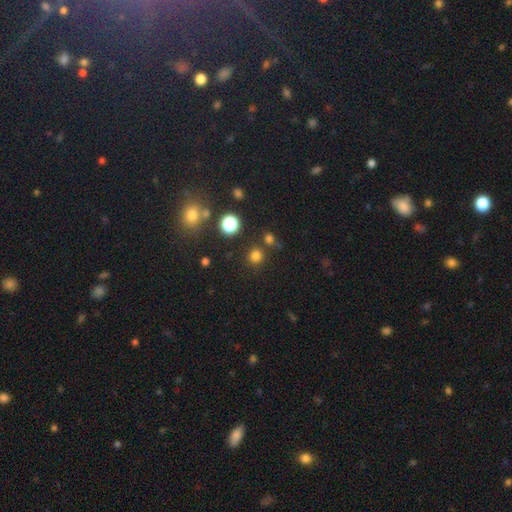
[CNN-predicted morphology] Smooth or featured?
  - smooth: 75% *
  - star or artifact: 20%
  - featured or disk: 5%
How rounded?
  - round: 89% *
  - in between: 10%
  - cigar-shaped: 1%
Merging?
  - none: 80% *
  - merger: 8%
  - minor disturbance: 8%
  - major disturbance: 3%